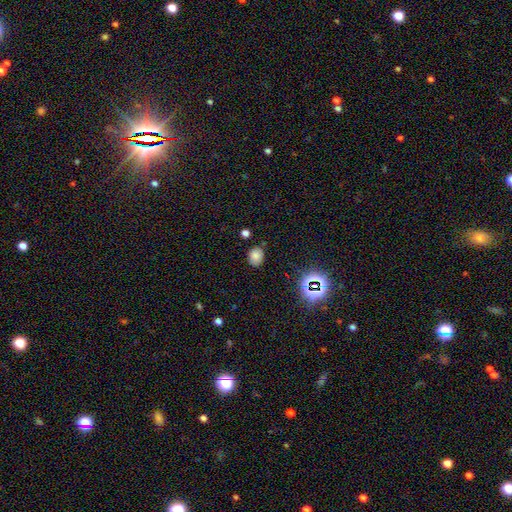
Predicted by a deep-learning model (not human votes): smooth-or-featured: smooth: 74% | star or artifact: 18% | featured or disk: 8%
  how-rounded: in between: 55% | round: 44% | cigar-shaped: 1%
  merging: none: 78% | minor disturbance: 16% | major disturbance: 3% | merger: 3%